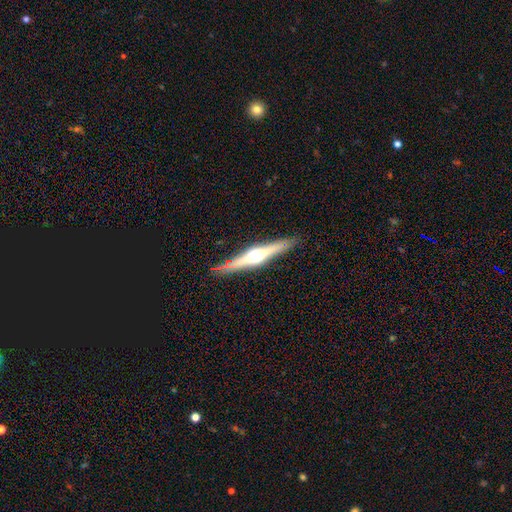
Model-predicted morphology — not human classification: Smooth or featured?
  - featured or disk: 74% *
  - smooth: 20%
  - star or artifact: 6%
Edge-on disk?
  - yes: 97% *
  - no: 3%
Edge-on bulge?
  - rounded: 94% *
  - boxy: 4%
  - none: 3%
Merging?
  - none: 89% *
  - minor disturbance: 8%
  - major disturbance: 2%
  - merger: 1%